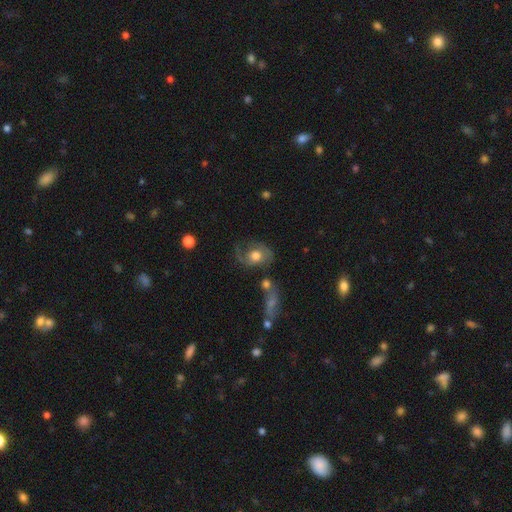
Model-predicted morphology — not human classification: smooth_or_featured: featured or disk (p=0.60) [alt: smooth p=0.33]
disk_edge_on: no (p=0.96) [alt: yes p=0.04]
bar: no (p=0.77) [alt: weak p=0.19]
has_spiral_arms: yes (p=0.78) [alt: no p=0.22]
bulge_size: moderate (p=0.51) [alt: large p=0.38]
merging: none (p=0.53) [alt: minor disturbance p=0.22]